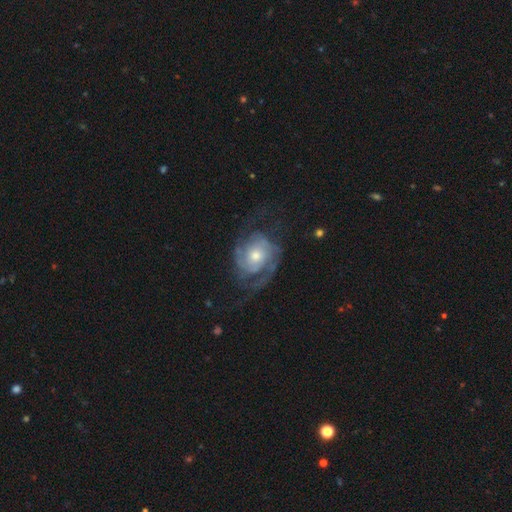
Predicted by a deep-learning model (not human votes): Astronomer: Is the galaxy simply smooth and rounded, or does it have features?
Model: featured or disk — 85%.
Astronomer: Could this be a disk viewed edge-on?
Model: no — 97%.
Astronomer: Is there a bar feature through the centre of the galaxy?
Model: no — 74%.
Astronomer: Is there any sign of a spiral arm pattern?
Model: yes — 95%.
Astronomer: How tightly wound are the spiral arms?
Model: tight — 43% (runner-up: medium, 41%).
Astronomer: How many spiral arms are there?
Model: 2 — 65%.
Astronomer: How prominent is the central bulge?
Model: moderate — 57% (runner-up: small, 34%).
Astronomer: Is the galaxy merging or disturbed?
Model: none — 63%.